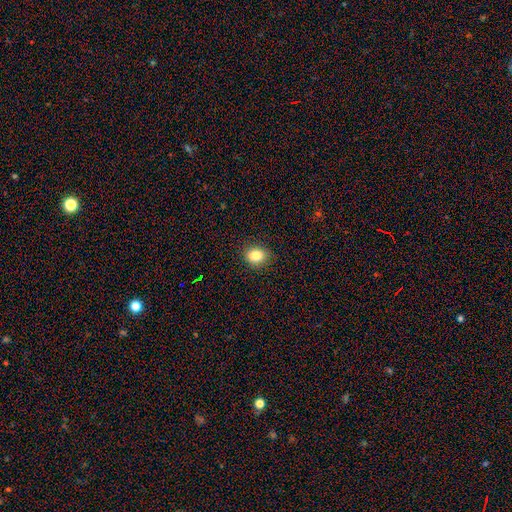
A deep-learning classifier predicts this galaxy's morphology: type=smooth (83%); roundness=round (61%); merging=none (88%).